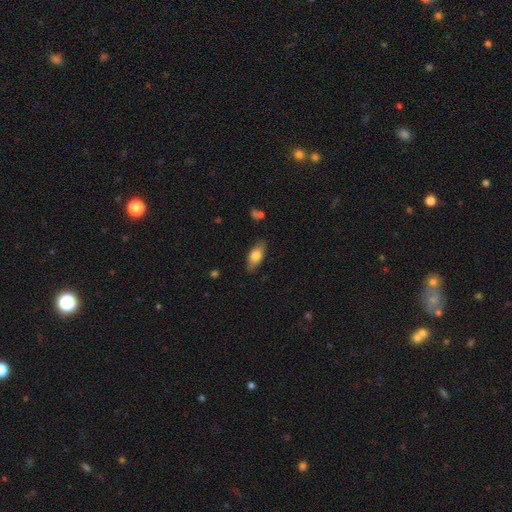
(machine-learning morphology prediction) Smooth or featured: smooth — 72% (featured or disk — 22%)
How rounded: in between — 84% (cigar-shaped — 13%)
Merging: none — 83% (minor disturbance — 13%)